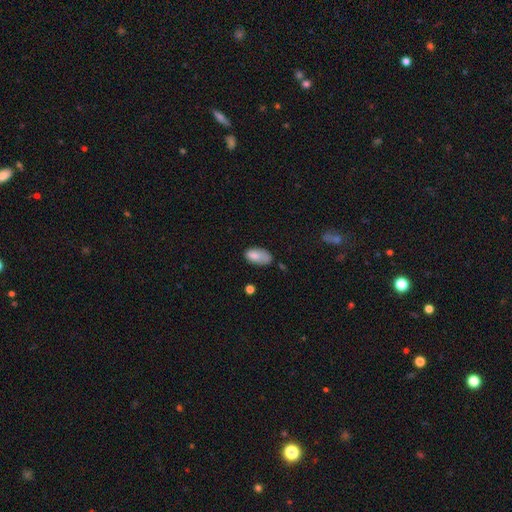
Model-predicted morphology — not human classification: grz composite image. It shows a smooth galaxy with no disk features (80%) that is in between round and cigar-shaped (93%). Merging: none (49%).